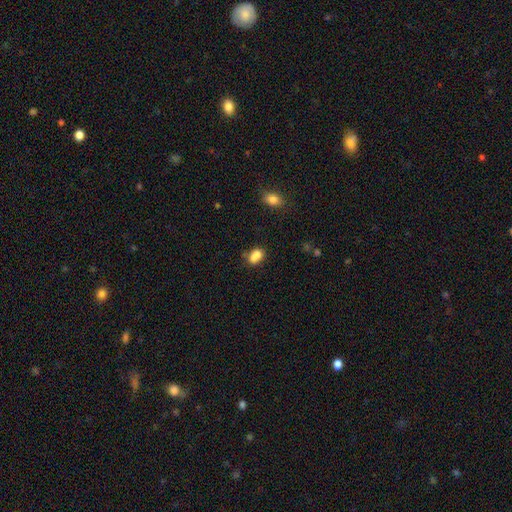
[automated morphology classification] A smooth galaxy with no disk features (76%) that is in between round and cigar-shaped (66%). Merging: merger (50%).